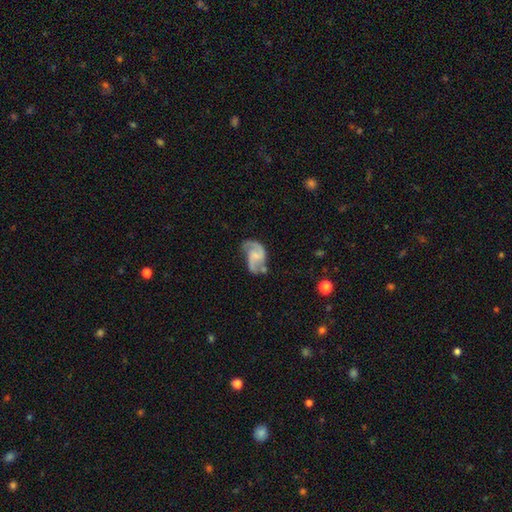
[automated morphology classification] smooth-or-featured: featured or disk: 83% | smooth: 11% | star or artifact: 6%
  disk-edge-on: no: 98% | yes: 2%
    bar: no: 46% | weak: 43% | strong: 11%
    has-spiral-arms: yes: 95% | no: 5%
      spiral-winding: medium: 45% | loose: 44% | tight: 12%
      spiral-arm-count: 2: 89% | 1: 4% | can't tell: 4% | 3: 2% | 4: 1% | more than 4: 1%
    bulge-size: small: 42% | none: 32% | moderate: 22% | large: 3% | dominant: 1%
  merging: none: 48% | minor disturbance: 25% | major disturbance: 18% | merger: 8%